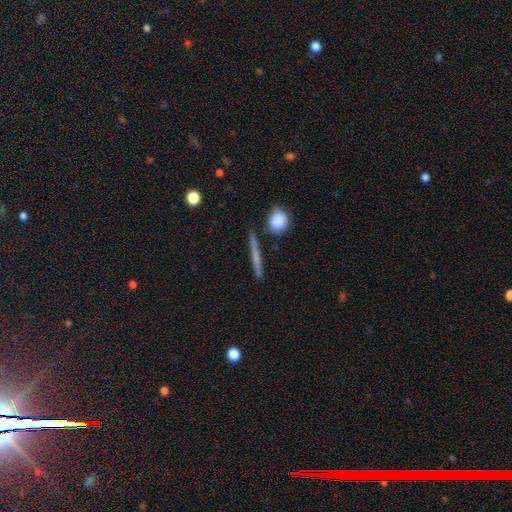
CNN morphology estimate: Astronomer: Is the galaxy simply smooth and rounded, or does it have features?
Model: smooth — 53% (runner-up: featured or disk, 40%).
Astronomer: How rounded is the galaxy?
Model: cigar-shaped — 90%.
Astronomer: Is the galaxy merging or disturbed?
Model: none — 87%.